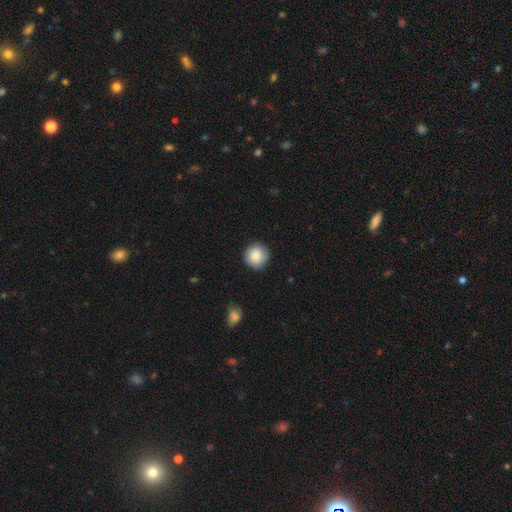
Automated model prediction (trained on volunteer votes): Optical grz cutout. It shows a smooth galaxy with no disk features (76%) that is round (93%). Merging: none (84%).